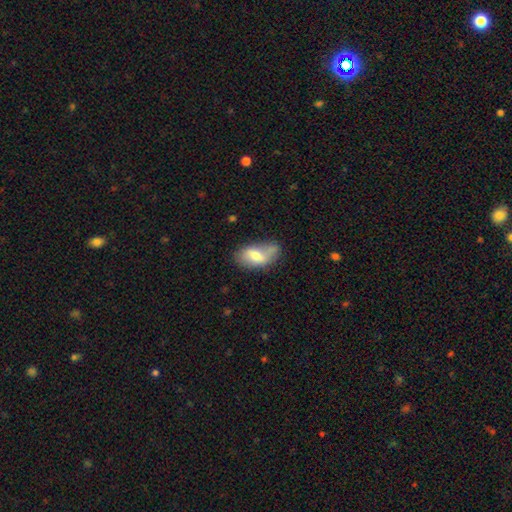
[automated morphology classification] smooth_or_featured: smooth (p=0.63) [alt: featured or disk p=0.30]
how_rounded: in between (p=0.91) [alt: round p=0.06]
merging: none (p=0.44) [alt: minor disturbance p=0.31]